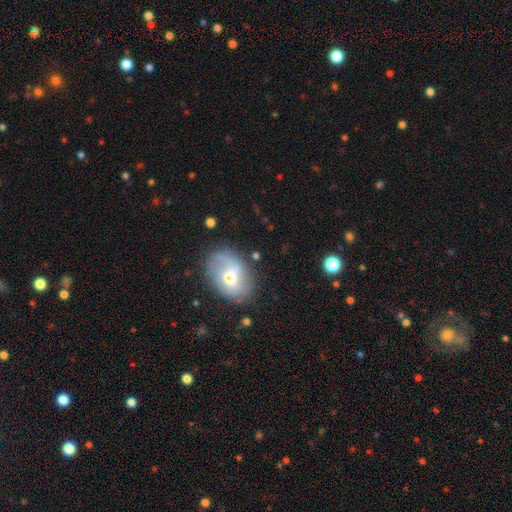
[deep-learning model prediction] smooth-or-featured: featured or disk: 47% | smooth: 43% | star or artifact: 10%
  merging: none: 69% | minor disturbance: 21% | major disturbance: 7% | merger: 3%